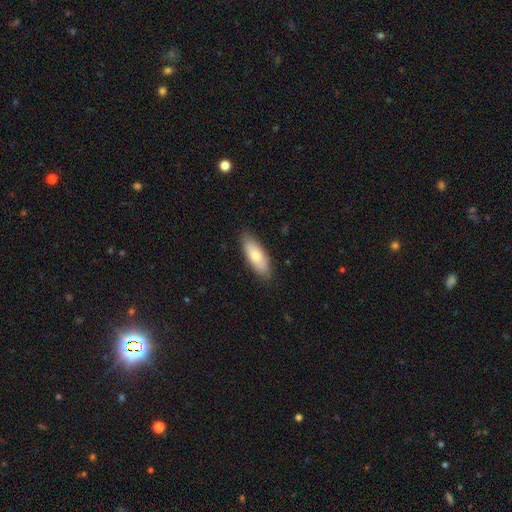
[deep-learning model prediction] The model was most divided on "how rounded": in between: 72%, cigar-shaped: 26%, round: 2%. More confident: merging — none (86%); smooth or featured — smooth (74%).